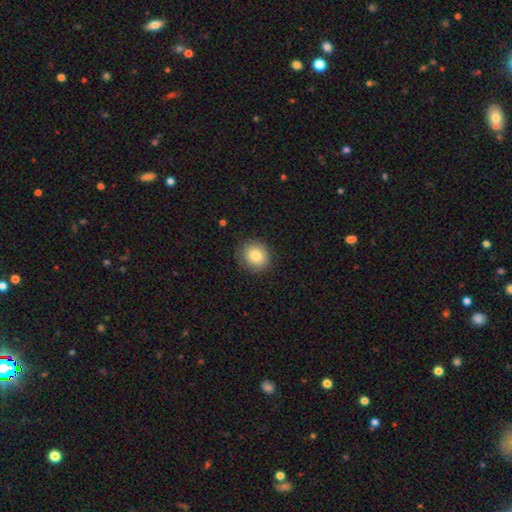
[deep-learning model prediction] Morphology: type=smooth (81%); roundness=round (85%); merging=none (86%).